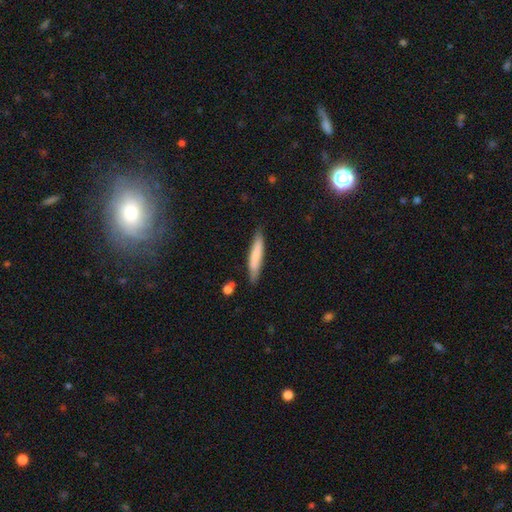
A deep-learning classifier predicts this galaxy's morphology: A smooth galaxy with no disk features (74%) that is cigar-shaped (89%). Merging: none (83%).